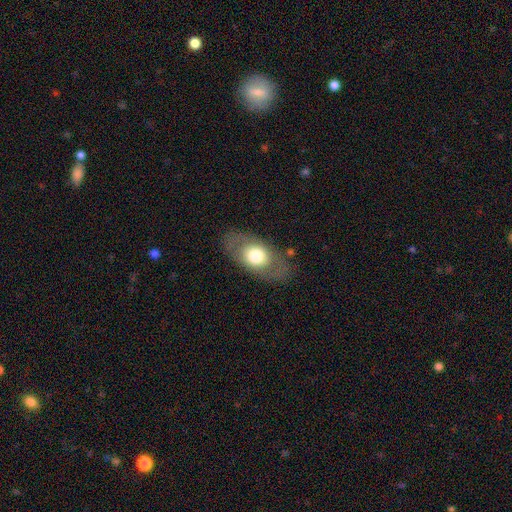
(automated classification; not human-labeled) Smooth or featured: smooth — 58% (featured or disk — 36%)
How rounded: in between — 85% (round — 12%)
Merging: none — 80% (minor disturbance — 12%)